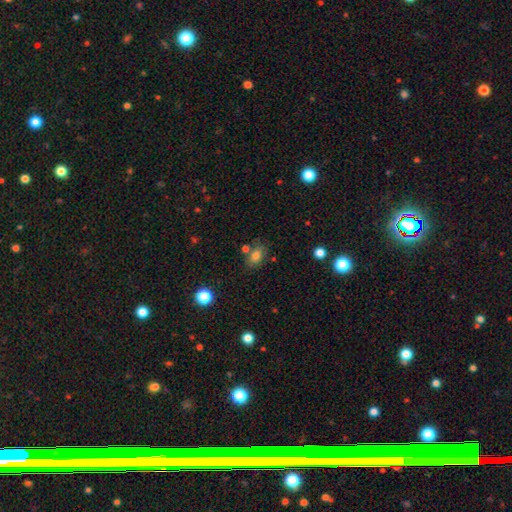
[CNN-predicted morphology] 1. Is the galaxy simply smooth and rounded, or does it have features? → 75% smooth, 13% featured or disk, 12% star or artifact.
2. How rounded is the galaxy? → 83% in between, 15% round, 2% cigar-shaped.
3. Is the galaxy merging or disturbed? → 67% none, 15% minor disturbance, 13% merger, 5% major disturbance.